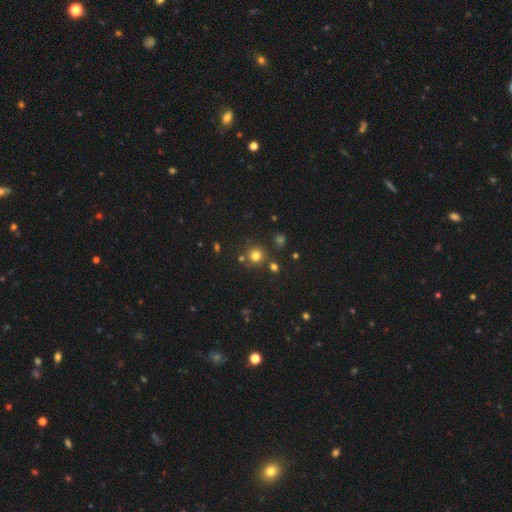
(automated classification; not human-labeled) smooth_or_featured: smooth (p=0.76) [alt: star or artifact p=0.18]
how_rounded: round (p=0.91) [alt: in between p=0.08]
merging: none (p=0.78) [alt: merger p=0.09]